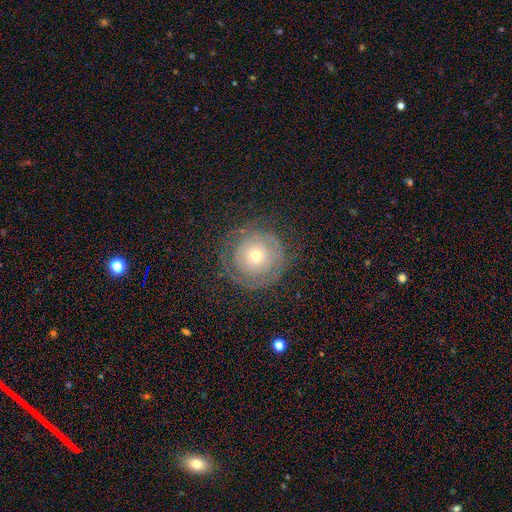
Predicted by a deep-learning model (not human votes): The model was most divided on "bulge size": small: 55%, moderate: 39%, large: 3%, dominant: 1%, none: 1%. More confident: edge-on disk — no (96%); bar — no (89%); merging — none (73%); spiral arms — yes (60%); smooth or featured — featured or disk (57%).